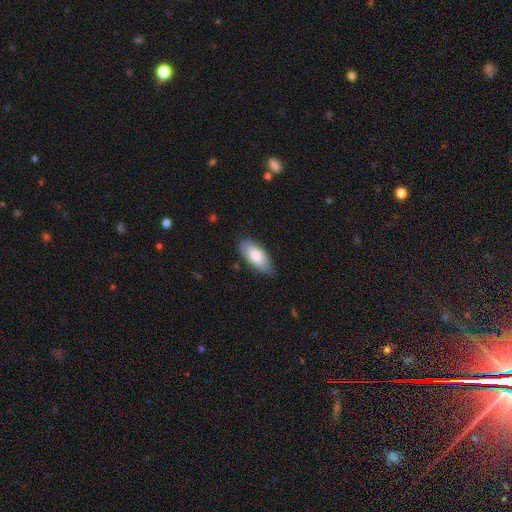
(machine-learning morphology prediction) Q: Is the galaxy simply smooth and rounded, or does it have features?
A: smooth — 79%.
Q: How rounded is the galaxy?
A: in between — 87%.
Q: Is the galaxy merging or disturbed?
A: none — 75%.